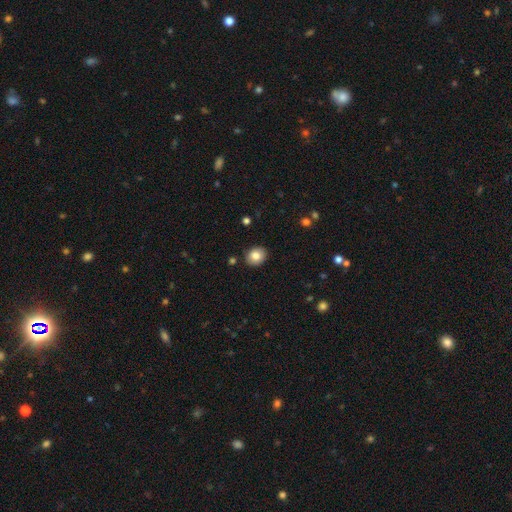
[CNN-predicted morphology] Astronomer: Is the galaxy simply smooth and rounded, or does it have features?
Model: smooth — 83%.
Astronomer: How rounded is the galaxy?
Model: round — 64%.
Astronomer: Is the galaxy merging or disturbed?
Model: none — 89%.